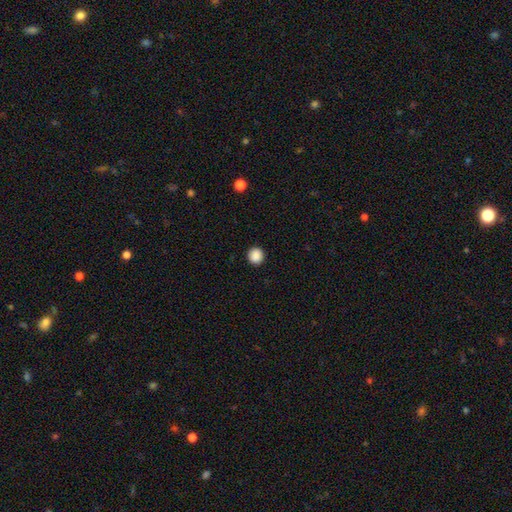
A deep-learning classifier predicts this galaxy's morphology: Smooth or featured? Predicted: smooth (p=0.89). How rounded? Predicted: round (p=0.92). Merging? Predicted: none (p=0.92).